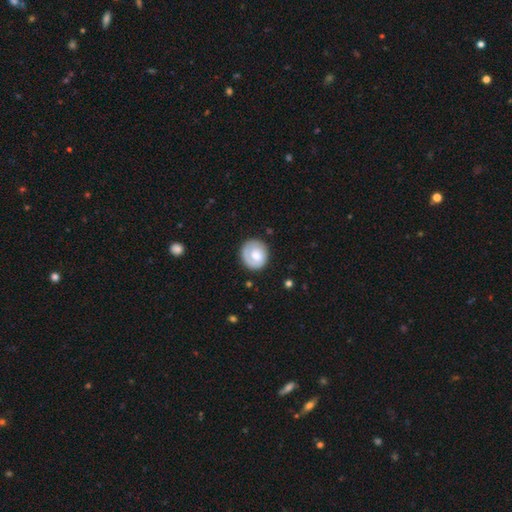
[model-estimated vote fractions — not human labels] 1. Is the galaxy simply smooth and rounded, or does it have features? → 59% smooth, 35% featured or disk, 6% star or artifact.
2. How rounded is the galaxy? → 84% round, 15% in between, 1% cigar-shaped.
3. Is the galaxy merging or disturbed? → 77% none, 15% minor disturbance, 6% major disturbance, 2% merger.